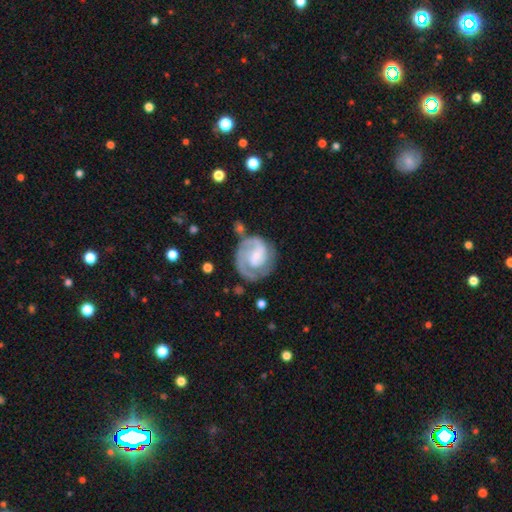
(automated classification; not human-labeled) featured or disk 81%, smooth 14%, star or artifact 5%. Down the decision tree: edge-on disk — no (98%); bar — weak (45%); spiral arms — yes (93%); spiral arm count — 2 (48%); spiral winding — tight (52%); bulge size — small (54%); merging — none (59%).